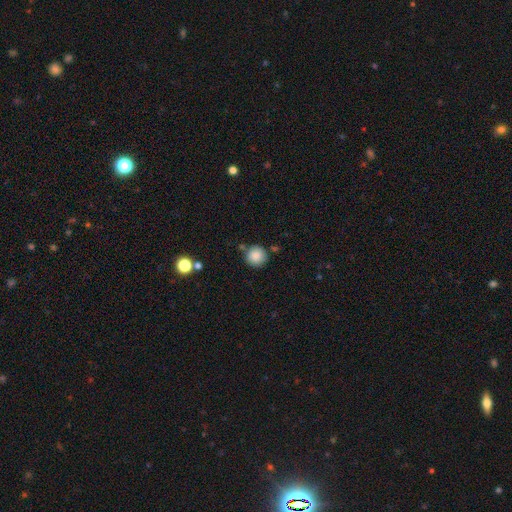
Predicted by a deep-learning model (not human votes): A smooth galaxy with no disk features (86%) that is round (94%).

Vote fractions:
- Smooth or featured? smooth: 86% / star or artifact: 9% / featured or disk: 5%
- How rounded? round: 94% / in between: 5% / cigar-shaped: 1%
- Merging? none: 78% / minor disturbance: 12% / merger: 6% / major disturbance: 3%